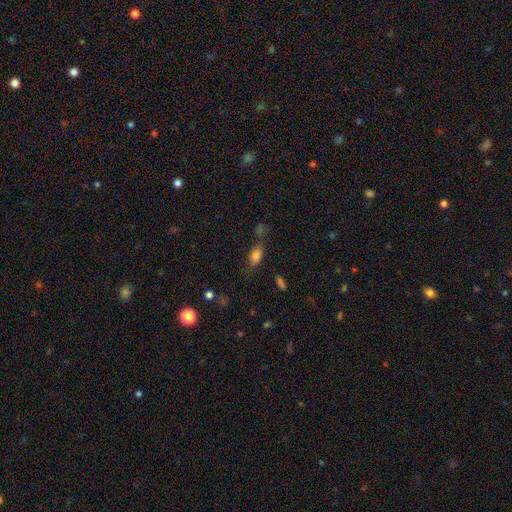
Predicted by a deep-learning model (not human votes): This appears to be a smooth galaxy with no disk features (77%) that is in between round and cigar-shaped (85%). Merging: none (56%).